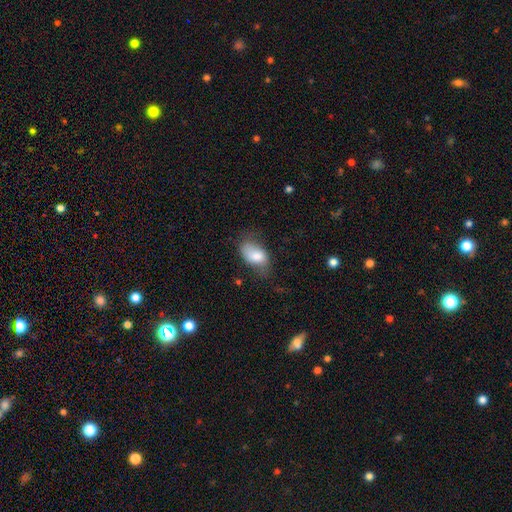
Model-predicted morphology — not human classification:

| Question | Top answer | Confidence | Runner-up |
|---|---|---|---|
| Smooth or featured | smooth | 78% | featured or disk (15%) |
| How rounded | in between | 90% | round (8%) |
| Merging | none | 44% | minor disturbance (36%) |